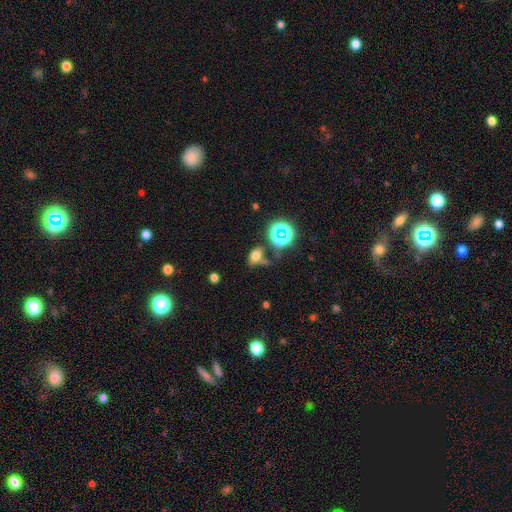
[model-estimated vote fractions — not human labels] smooth-or-featured: smooth: 63% | star or artifact: 24% | featured or disk: 13%
  how-rounded: in between: 76% | round: 20% | cigar-shaped: 3%
  merging: none: 57% | minor disturbance: 19% | merger: 14% | major disturbance: 10%